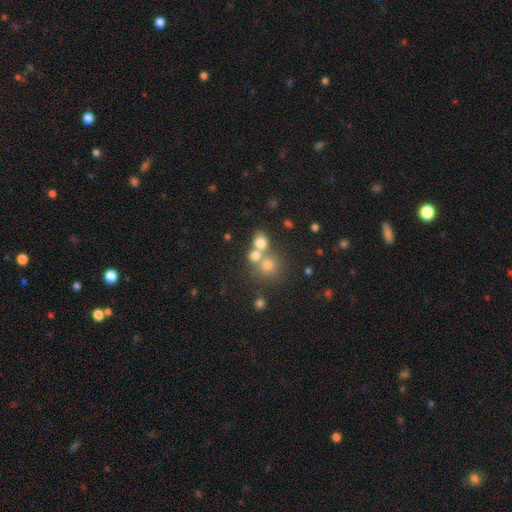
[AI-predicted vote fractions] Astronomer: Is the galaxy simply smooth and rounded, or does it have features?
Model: smooth — 69%.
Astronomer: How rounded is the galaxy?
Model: round — 75%.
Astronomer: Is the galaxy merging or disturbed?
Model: merger — 46% (runner-up: none, 42%).